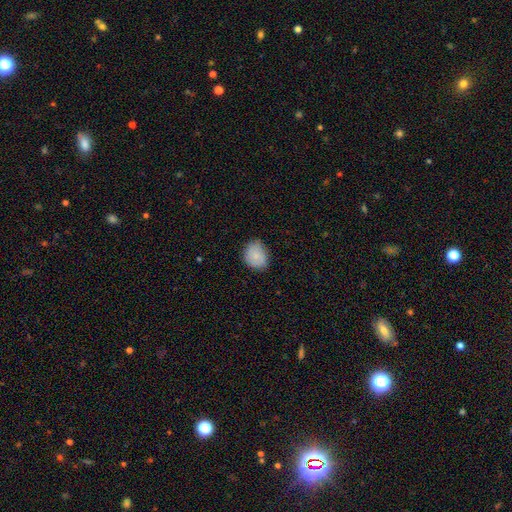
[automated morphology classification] Q: Smooth or featured?
A: smooth (82%); runner-up: featured or disk (10%)
Q: How rounded?
A: round (58%); runner-up: in between (41%)
Q: Merging?
A: none (71%); runner-up: minor disturbance (24%)